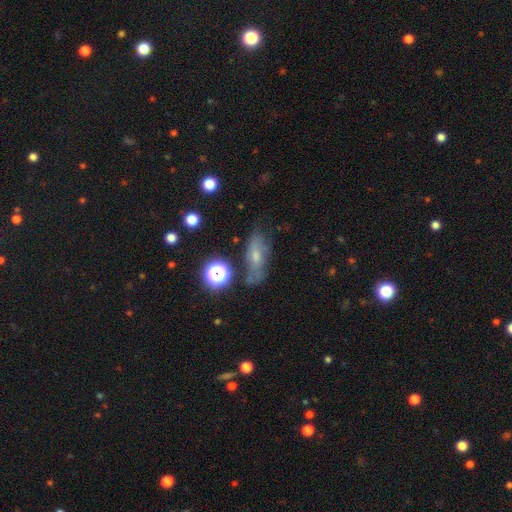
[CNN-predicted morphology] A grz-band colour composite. It shows a featured or disk galaxy (44%). Merging: none (68%).